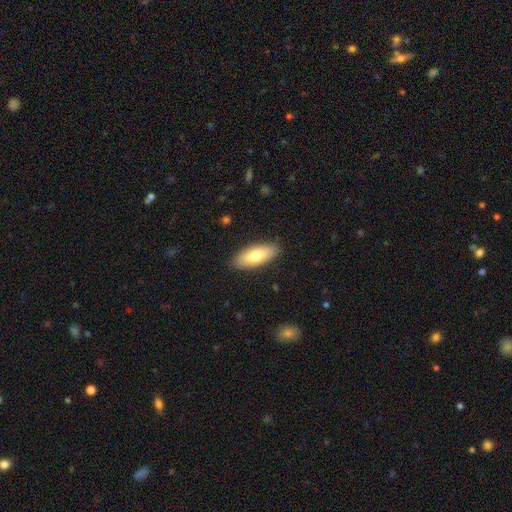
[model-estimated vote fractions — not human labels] The model was most divided on "smooth or featured": smooth: 74%, featured or disk: 20%, star or artifact: 6%. More confident: merging — none (87%); how rounded — in between (80%).